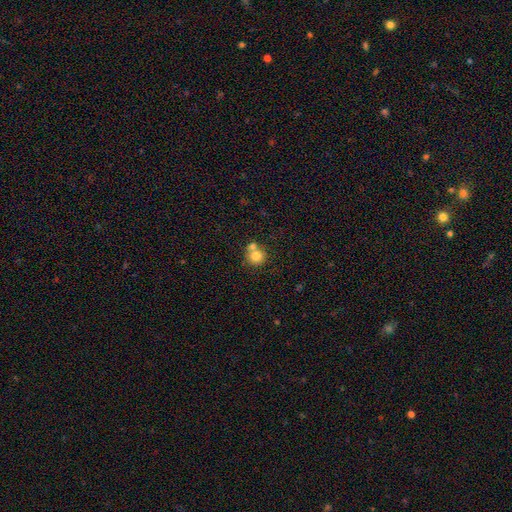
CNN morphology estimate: Q: Smooth or featured?
A: smooth (79%); runner-up: featured or disk (11%)
Q: How rounded?
A: round (90%); runner-up: in between (9%)
Q: Merging?
A: none (50%); runner-up: merger (39%)